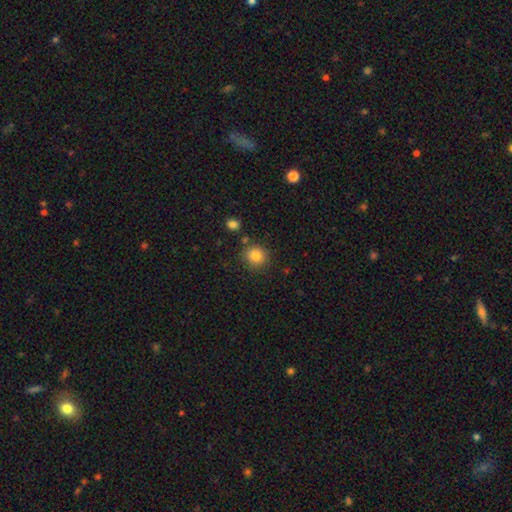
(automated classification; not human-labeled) Q: Smooth or featured?
A: smooth (83%); runner-up: star or artifact (11%)
Q: How rounded?
A: round (89%); runner-up: in between (10%)
Q: Merging?
A: none (83%); runner-up: minor disturbance (9%)